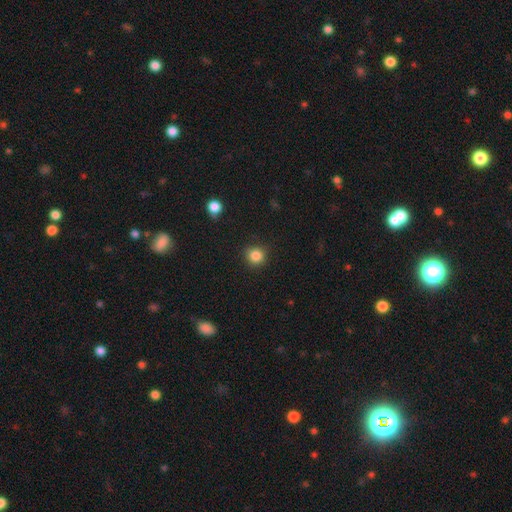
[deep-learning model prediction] This appears to be a smooth galaxy with no disk features (85%) that is round (91%). Merging: none (88%).